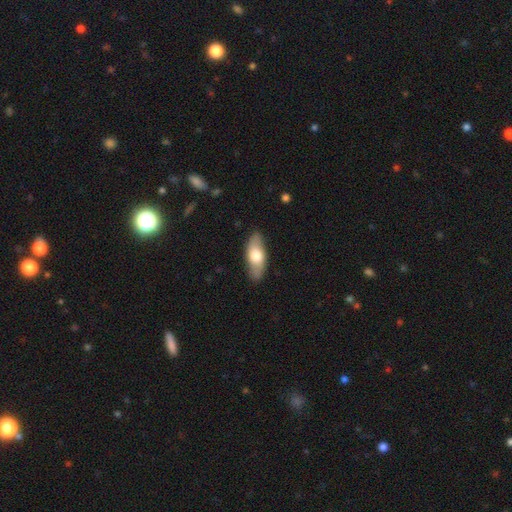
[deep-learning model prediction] The model was most divided on "smooth or featured": smooth: 64%, featured or disk: 30%, star or artifact: 5%. More confident: merging — none (85%); how rounded — in between (78%).